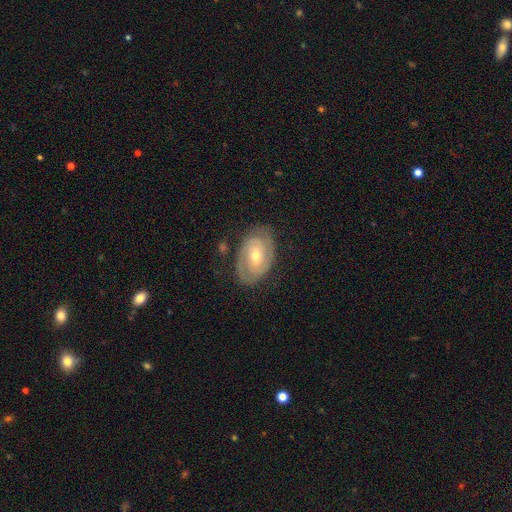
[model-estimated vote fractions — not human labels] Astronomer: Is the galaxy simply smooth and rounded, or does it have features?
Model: featured or disk — 84%.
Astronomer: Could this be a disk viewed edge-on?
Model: no — 96%.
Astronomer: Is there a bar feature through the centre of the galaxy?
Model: no — 49% (runner-up: weak, 40%).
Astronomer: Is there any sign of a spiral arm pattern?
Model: yes — 94%.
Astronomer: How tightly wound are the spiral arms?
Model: tight — 66%.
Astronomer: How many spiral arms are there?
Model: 2 — 79%.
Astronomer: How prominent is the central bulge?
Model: moderate — 58% (runner-up: small, 39%).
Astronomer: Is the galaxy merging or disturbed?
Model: none — 80%.